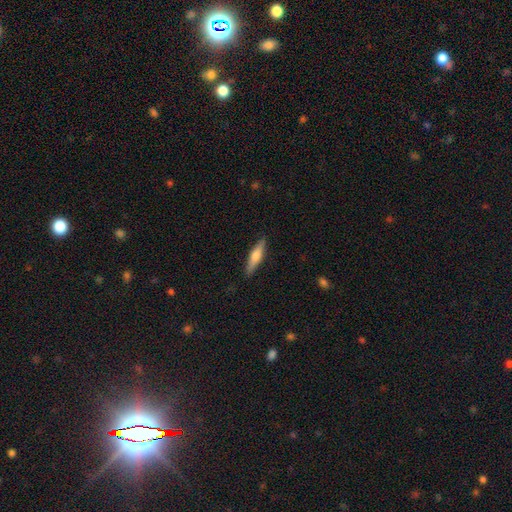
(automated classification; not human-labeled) Smooth or featured: smooth — 53% (featured or disk — 42%)
How rounded: cigar-shaped — 78% (in between — 20%)
Merging: none — 88% (minor disturbance — 9%)